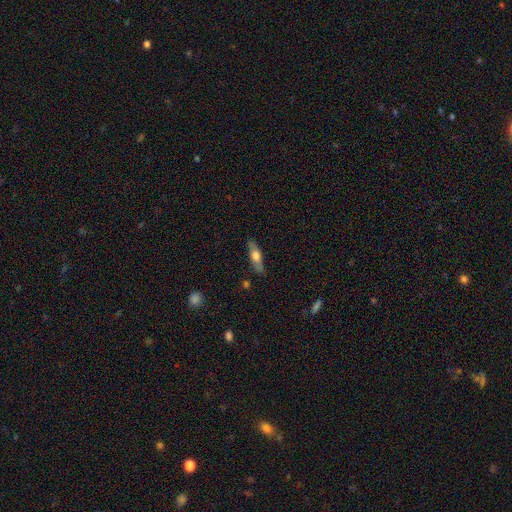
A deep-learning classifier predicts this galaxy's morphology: smooth-or-featured: smooth: 53% | featured or disk: 41% | star or artifact: 6%
  how-rounded: cigar-shaped: 58% | in between: 40% | round: 3%
  merging: none: 82% | minor disturbance: 13% | major disturbance: 3% | merger: 2%